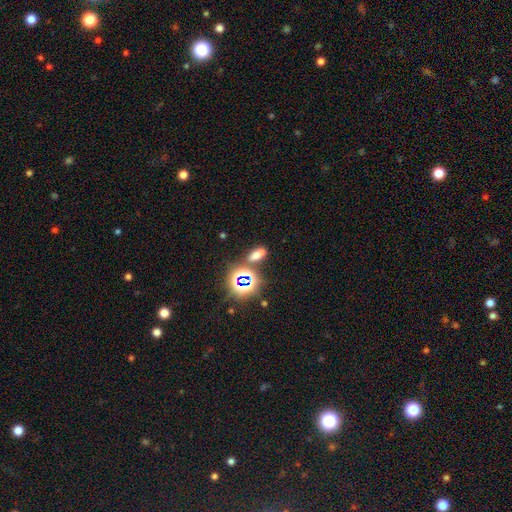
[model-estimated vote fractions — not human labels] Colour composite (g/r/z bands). It shows a smooth galaxy with no disk features (54%) that is in between round and cigar-shaped (68%). Merging: none (60%).